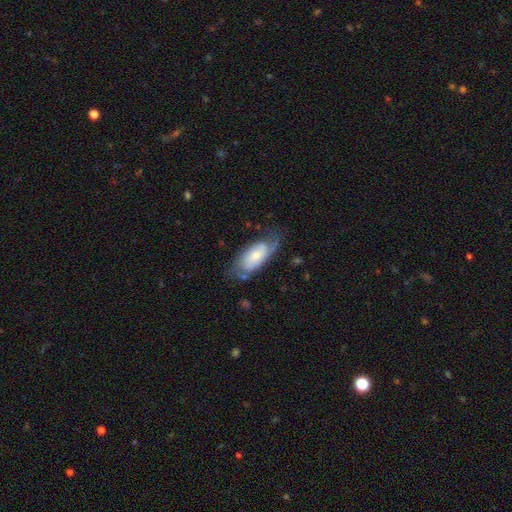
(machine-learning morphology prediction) The model was most divided on "smooth or featured": featured or disk: 51%, smooth: 43%, star or artifact: 6%. More confident: edge-on disk — no (89%); merging — none (55%).